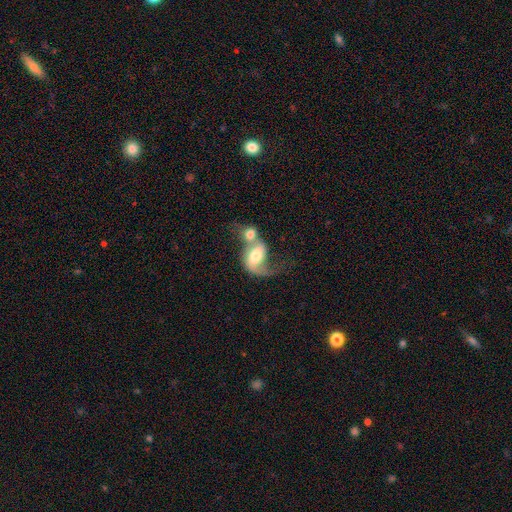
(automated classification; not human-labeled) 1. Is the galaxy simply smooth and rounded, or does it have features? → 56% featured or disk, 37% smooth, 7% star or artifact.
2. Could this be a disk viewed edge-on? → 96% no, 4% yes.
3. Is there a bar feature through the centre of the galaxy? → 51% no, 34% weak, 15% strong.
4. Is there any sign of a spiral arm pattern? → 78% yes, 22% no.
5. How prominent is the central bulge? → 50% moderate, 24% large, 16% small, 5% none, 5% dominant.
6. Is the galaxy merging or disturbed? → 68% merger, 14% major disturbance, 12% none, 6% minor disturbance.